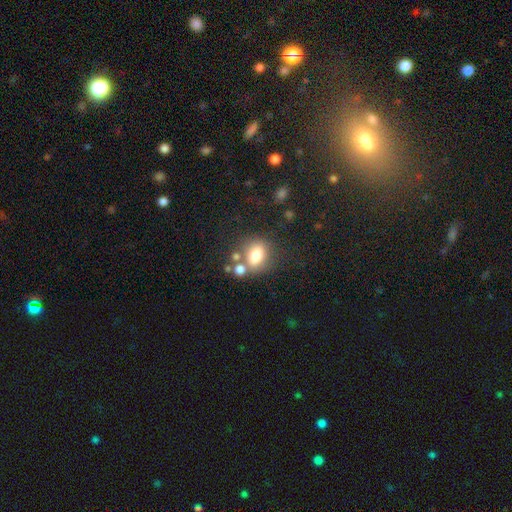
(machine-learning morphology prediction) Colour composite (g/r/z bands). It shows a smooth galaxy with no disk features (76%) that is in between round and cigar-shaped (62%). Merging: none (55%).